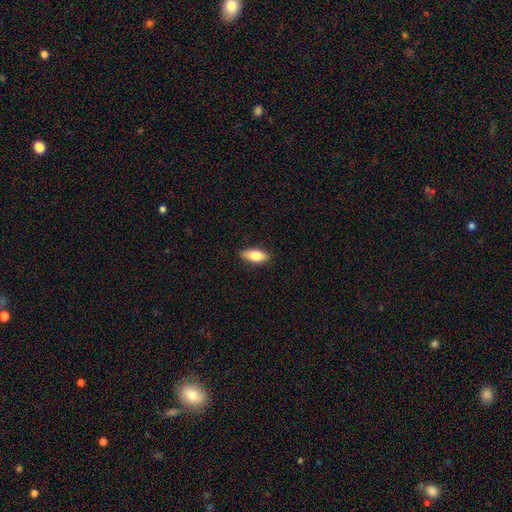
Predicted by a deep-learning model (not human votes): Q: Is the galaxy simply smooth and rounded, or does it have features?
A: smooth — 79%.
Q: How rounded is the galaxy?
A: in between — 82%.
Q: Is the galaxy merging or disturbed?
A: none — 87%.